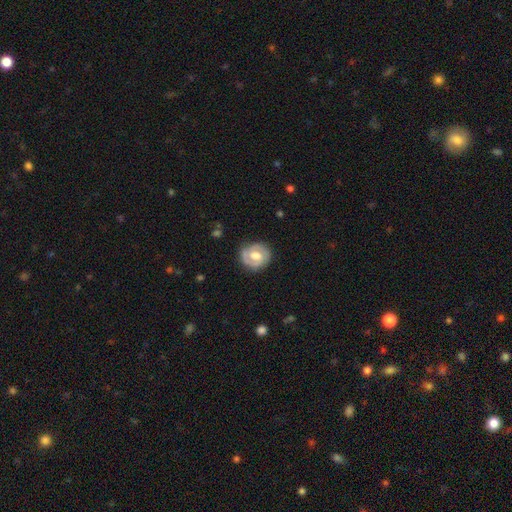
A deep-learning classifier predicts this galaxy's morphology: Q: Smooth or featured?
A: featured or disk (62%); runner-up: smooth (33%)
Q: Edge-on disk?
A: no (97%); runner-up: yes (3%)
Q: Bar?
A: no (49%); runner-up: weak (40%)
Q: Spiral arms?
A: yes (67%); runner-up: no (33%)
Q: Bulge size?
A: moderate (59%); runner-up: large (27%)
Q: Merging?
A: none (79%); runner-up: minor disturbance (15%)